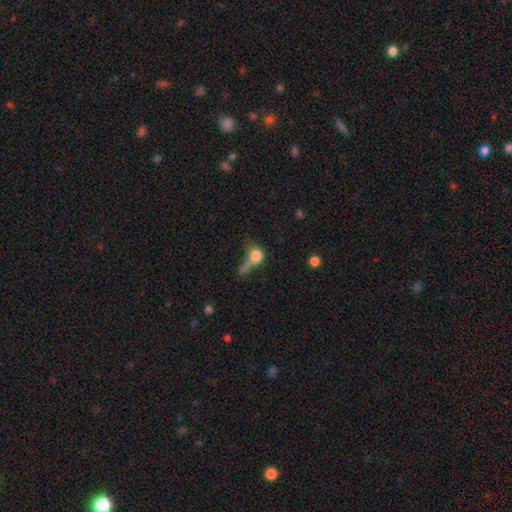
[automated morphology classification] type=smooth (71%); roundness=round (58%); merging=major disturbance (37%).